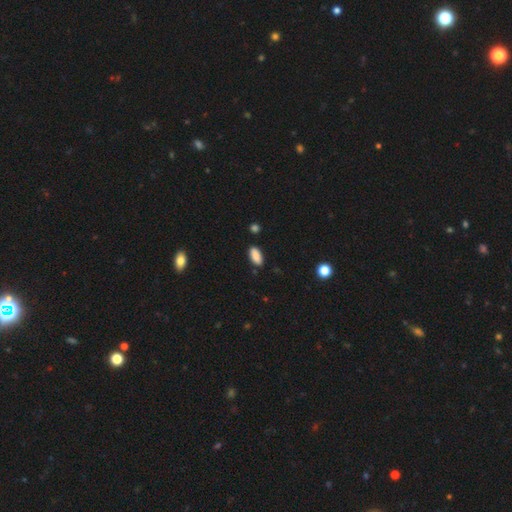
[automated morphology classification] This appears to be a smooth galaxy with no disk features (88%) that is in between round and cigar-shaped (87%). Merging: none (86%).